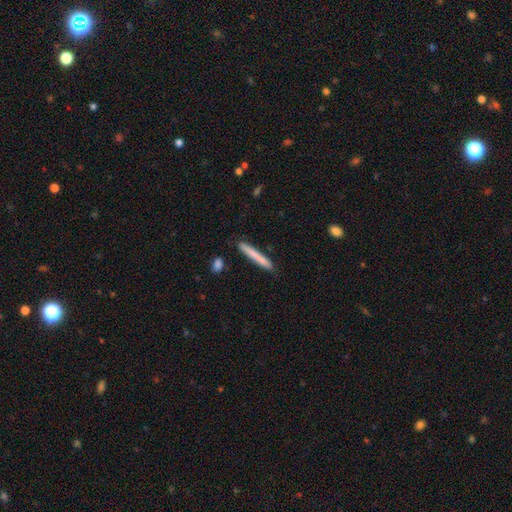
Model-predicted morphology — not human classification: A smooth galaxy with no disk features (74%) that is cigar-shaped (96%). Merging: none (87%).